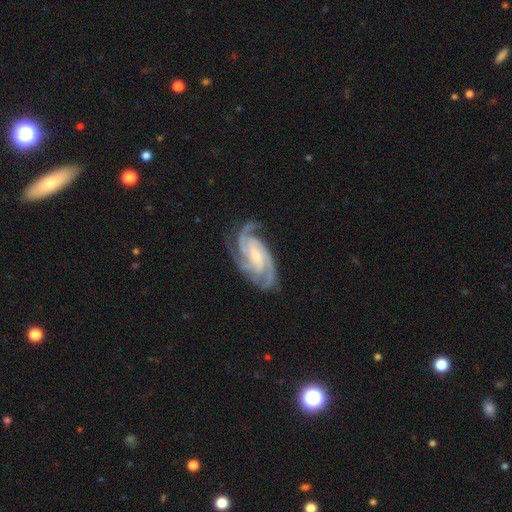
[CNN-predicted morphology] This is clearly a featured or disk galaxy (92%). It is clearly not viewed edge-on (97%). Bar: possibly no (48%). Spiral arm pattern: clearly yes (99%). Spiral arm count: possibly 3 (50%). Spiral winding: likely tight (60%). Central bulge: possibly small (52%). Merging: likely none (77%).